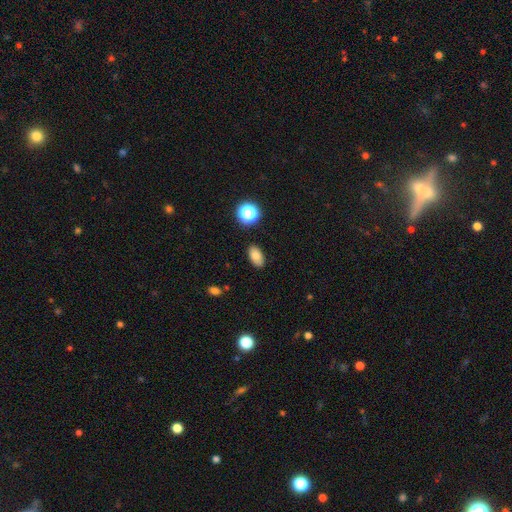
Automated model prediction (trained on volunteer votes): smooth-or-featured: smooth: 78% | star or artifact: 11% | featured or disk: 11%
  how-rounded: in between: 90% | round: 8% | cigar-shaped: 2%
  merging: none: 85% | minor disturbance: 11% | major disturbance: 2% | merger: 2%